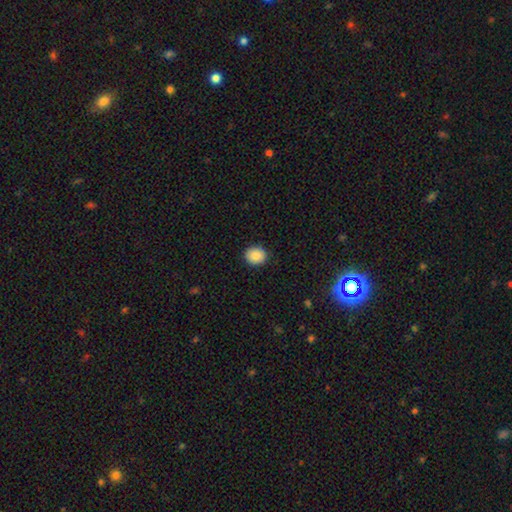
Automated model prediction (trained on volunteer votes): smooth 87%, star or artifact 8%, featured or disk 4%. Down the decision tree: how rounded — round (73%); merging — none (90%).